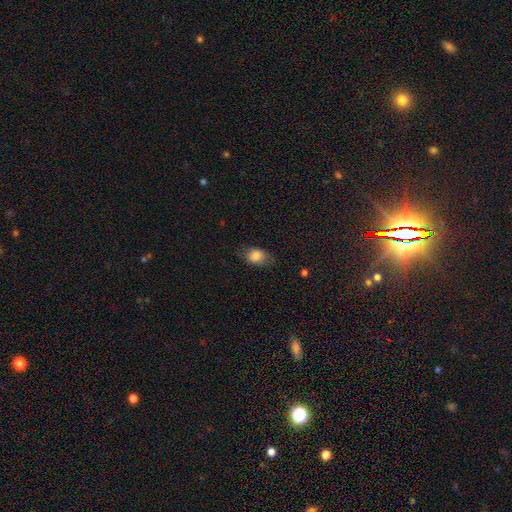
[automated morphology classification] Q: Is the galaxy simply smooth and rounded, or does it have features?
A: smooth — 83%.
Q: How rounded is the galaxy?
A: in between — 73%.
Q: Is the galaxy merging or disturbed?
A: none — 71%.